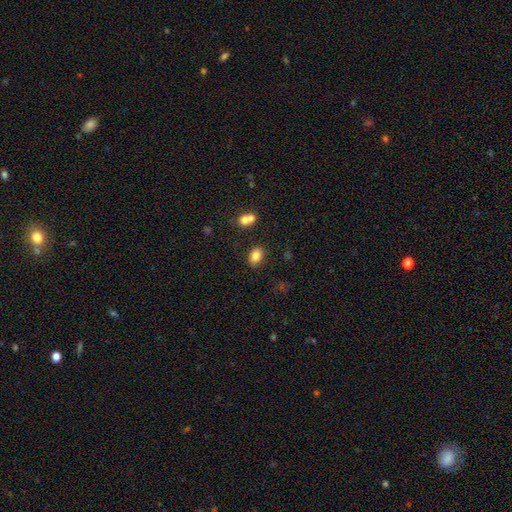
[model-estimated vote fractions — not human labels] A smooth galaxy with no disk features (82%) that is in between round and cigar-shaped (76%). Merging: none (78%).